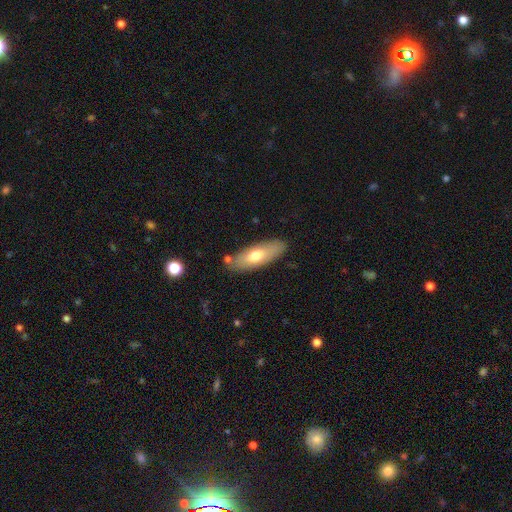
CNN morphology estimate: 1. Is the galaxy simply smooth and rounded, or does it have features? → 66% smooth, 29% featured or disk, 6% star or artifact.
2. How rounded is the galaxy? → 67% in between, 31% cigar-shaped, 2% round.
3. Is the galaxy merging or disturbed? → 80% none, 12% minor disturbance, 4% merger, 3% major disturbance.